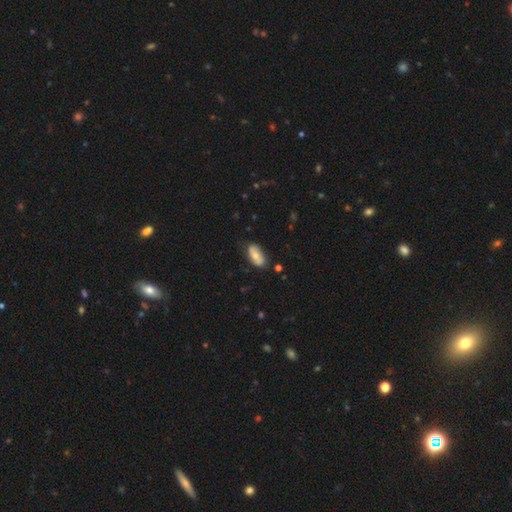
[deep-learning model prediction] Smooth or featured? smooth (61%)
How rounded? in between (90%)
Merging? none (73%)